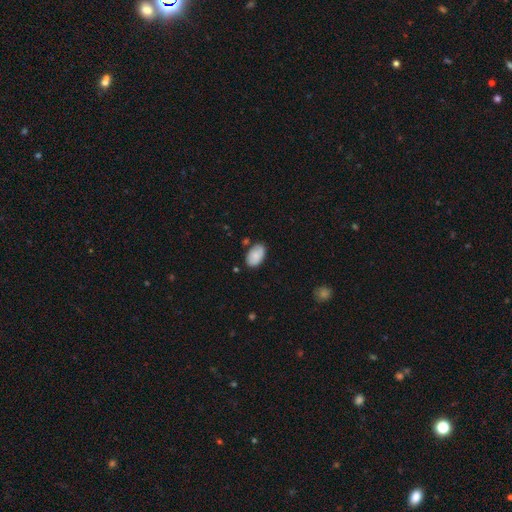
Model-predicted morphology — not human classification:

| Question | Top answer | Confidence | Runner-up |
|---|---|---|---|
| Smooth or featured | smooth | 83% | featured or disk (10%) |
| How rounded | in between | 93% | round (6%) |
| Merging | none | 73% | minor disturbance (19%) |